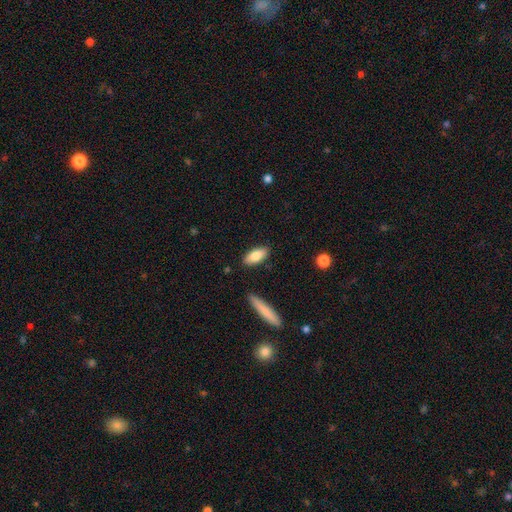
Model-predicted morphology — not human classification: smooth_or_featured: smooth (p=0.80) [alt: featured or disk p=0.14]
how_rounded: in between (p=0.79) [alt: cigar-shaped p=0.19]
merging: none (p=0.87) [alt: minor disturbance p=0.09]